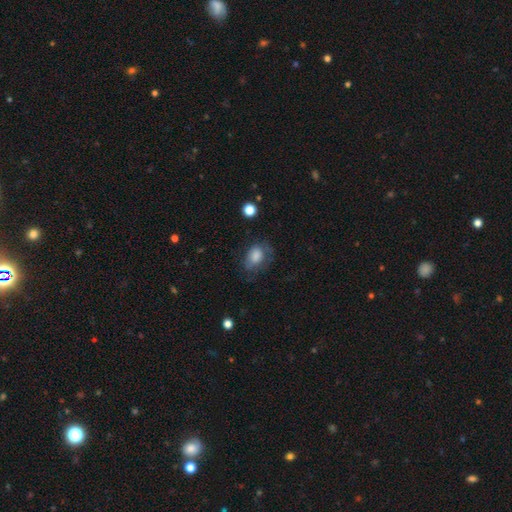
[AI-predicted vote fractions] Q: Smooth or featured?
A: smooth (68%); runner-up: featured or disk (21%)
Q: How rounded?
A: in between (66%); runner-up: round (32%)
Q: Merging?
A: none (54%); runner-up: minor disturbance (25%)